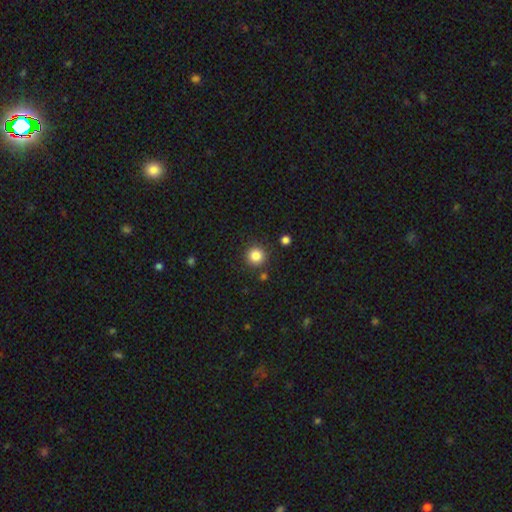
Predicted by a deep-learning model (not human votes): Smooth or featured: smooth — 85% (star or artifact — 11%)
How rounded: round — 94% (in between — 5%)
Merging: none — 88% (minor disturbance — 7%)